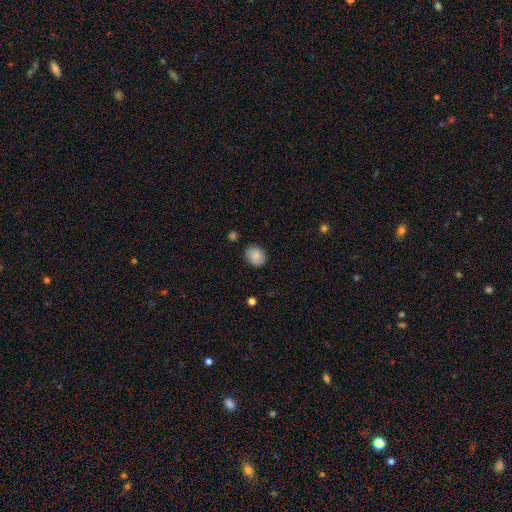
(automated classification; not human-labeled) Morphology: type=smooth (83%); roundness=in between (57%); merging=none (83%).